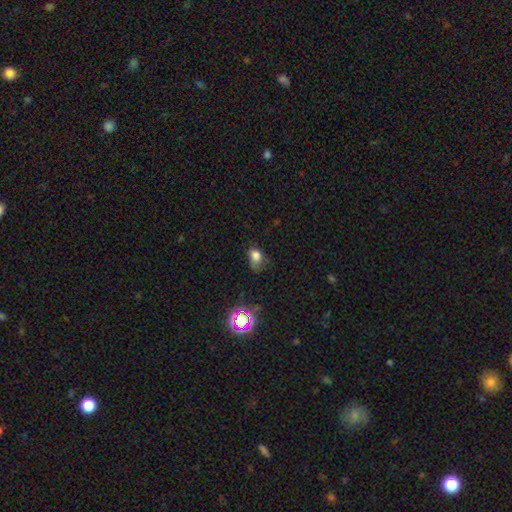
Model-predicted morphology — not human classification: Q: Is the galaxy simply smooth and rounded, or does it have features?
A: smooth — 74%.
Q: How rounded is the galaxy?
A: in between — 61%.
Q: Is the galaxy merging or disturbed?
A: none — 38%.